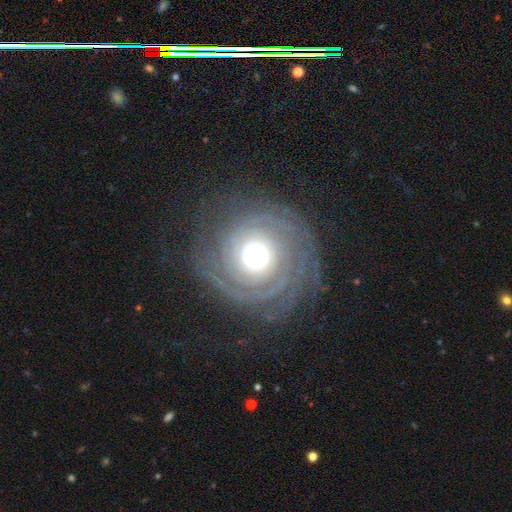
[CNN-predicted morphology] This appears to be a featured or disk galaxy (82%) with no bar (83%), tight (79%) spiral arms (89%) and a moderate central bulge (45%). Merging: none (77%).